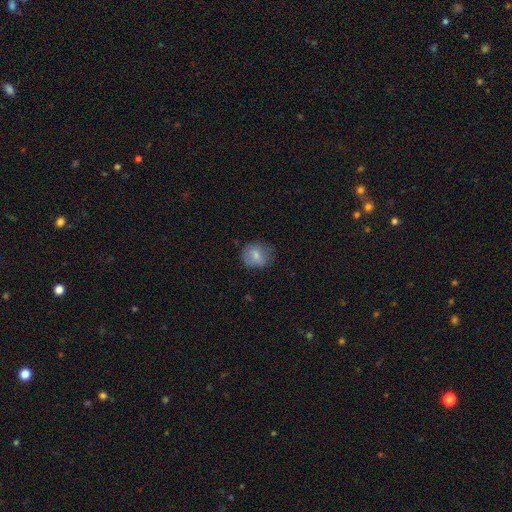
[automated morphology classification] type=smooth (72%); roundness=round (66%); merging=none (64%).